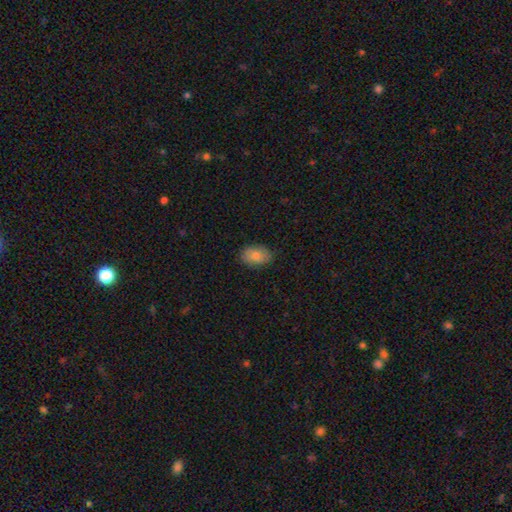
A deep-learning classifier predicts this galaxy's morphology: Q: Smooth or featured?
A: smooth (86%); runner-up: featured or disk (7%)
Q: How rounded?
A: in between (87%); runner-up: round (12%)
Q: Merging?
A: none (84%); runner-up: minor disturbance (12%)